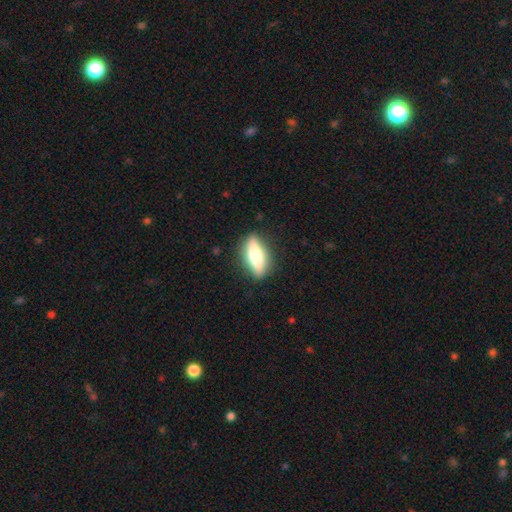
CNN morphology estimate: Smooth or featured?
  - smooth: 59% *
  - featured or disk: 34%
  - star or artifact: 7%
How rounded?
  - in between: 54% *
  - cigar-shaped: 42%
  - round: 3%
Merging?
  - none: 85% *
  - minor disturbance: 11%
  - major disturbance: 3%
  - merger: 1%